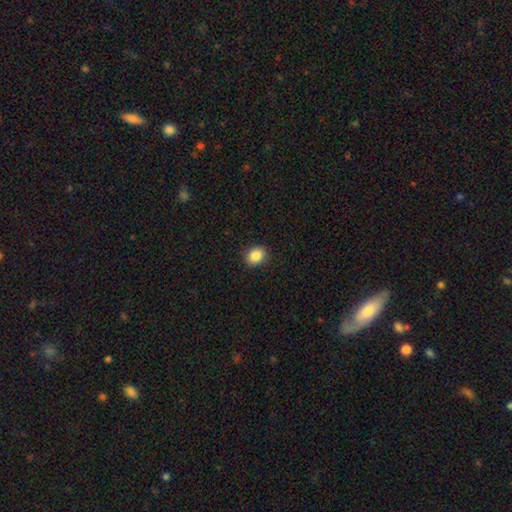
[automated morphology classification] A smooth galaxy with no disk features (87%) that is round (55%).

Vote fractions:
- Smooth or featured? smooth: 87% / star or artifact: 9% / featured or disk: 4%
- How rounded? round: 55% / in between: 44% / cigar-shaped: 1%
- Merging? none: 90% / minor disturbance: 7% / major disturbance: 2% / merger: 1%